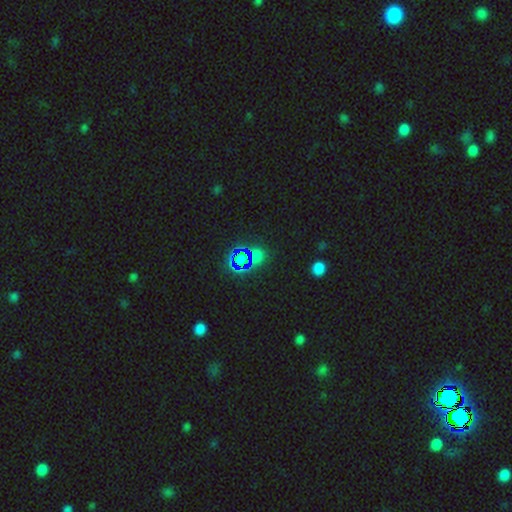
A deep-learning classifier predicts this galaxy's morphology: The model was most divided on "smooth or featured": star or artifact: 63%, smooth: 28%, featured or disk: 9%.